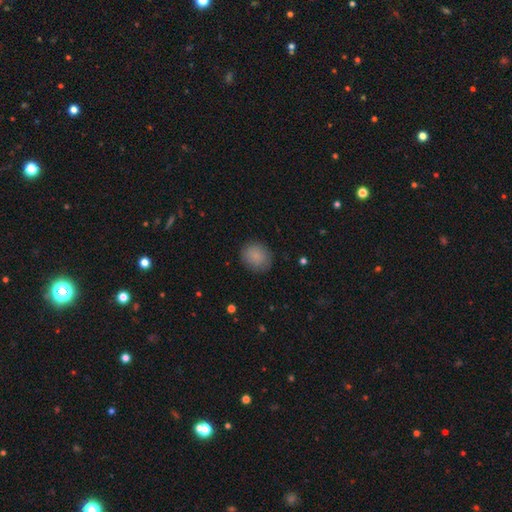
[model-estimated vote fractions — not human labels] This appears to be a smooth galaxy with no disk features (85%) that is round (78%). Merging: none (83%).